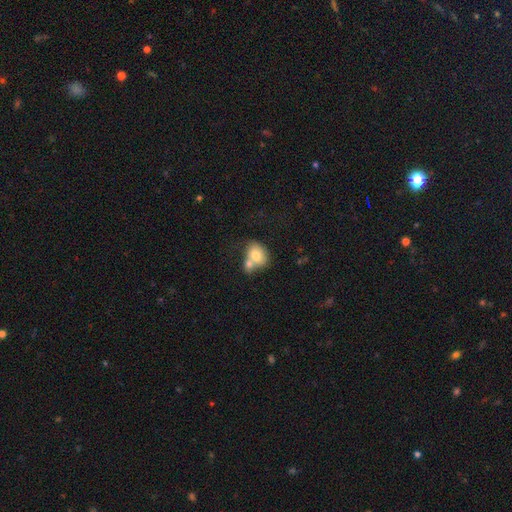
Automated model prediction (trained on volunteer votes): Smooth or featured? Predicted: smooth (p=0.74). How rounded? Predicted: in between (p=0.60). Merging? Predicted: merger (p=0.57).